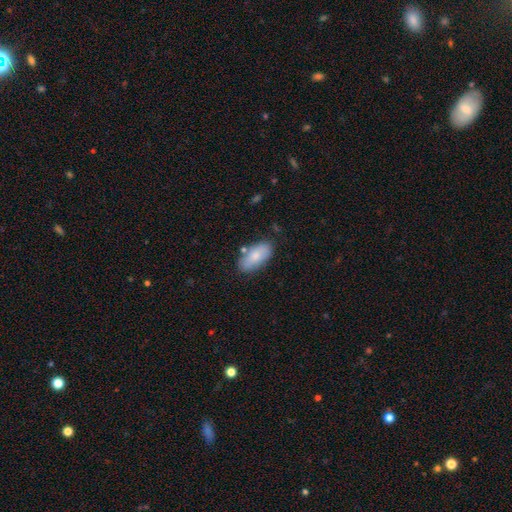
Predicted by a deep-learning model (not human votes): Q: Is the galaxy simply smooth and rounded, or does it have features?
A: smooth — 79%.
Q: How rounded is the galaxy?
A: in between — 92%.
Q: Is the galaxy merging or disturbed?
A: none — 77%.